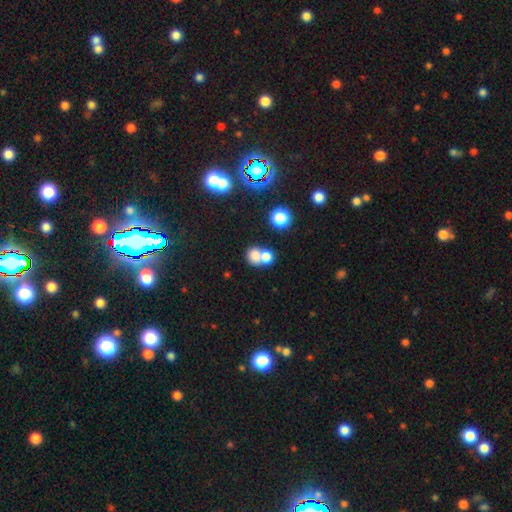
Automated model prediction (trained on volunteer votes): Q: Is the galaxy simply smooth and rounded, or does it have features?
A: smooth — 73%.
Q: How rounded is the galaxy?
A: round — 66%.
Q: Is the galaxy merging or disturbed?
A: merger — 60%.